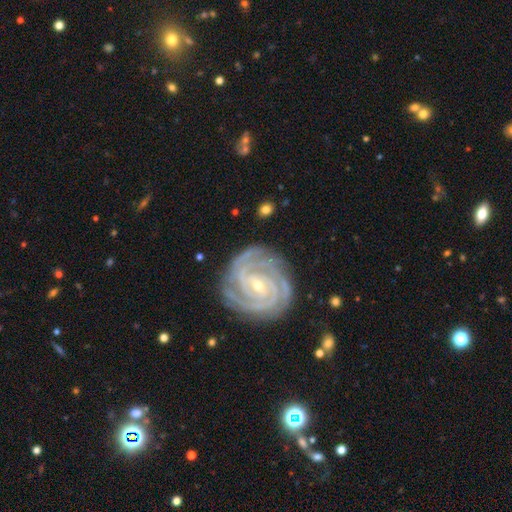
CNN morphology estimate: Smooth or featured?
  - featured or disk: 87% *
  - star or artifact: 7%
  - smooth: 6%
Edge-on disk?
  - no: 97% *
  - yes: 3%
Bar?
  - weak: 42% *
  - no: 36%
  - strong: 22%
Spiral arms?
  - yes: 98% *
  - no: 2%
Spiral winding?
  - tight: 69% *
  - medium: 27%
  - loose: 5%
Spiral arm count?
  - 3: 30% *
  - 2: 25%
  - can't tell: 17%
  - 4: 14%
  - more than 4: 7%
  - 1: 7%
Bulge size?
  - small: 66% *
  - moderate: 31%
  - none: 1%
  - large: 1%
  - dominant: 1%
Merging?
  - none: 80% *
  - minor disturbance: 14%
  - major disturbance: 5%
  - merger: 1%